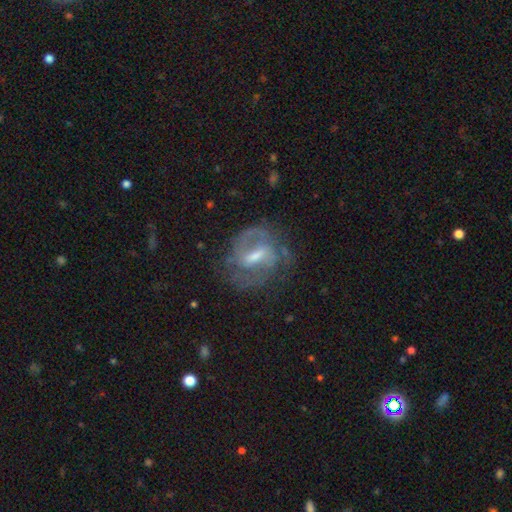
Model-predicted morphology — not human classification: The model was most divided on "spiral winding": medium: 47%, tight: 37%, loose: 16%. Remaining: edge-on disk — no (96%); spiral arms — yes (86%); smooth or featured — featured or disk (79%); merging — none (62%); spiral arm count — 2 (56%); bar — weak (51%); bulge size — moderate (48%).